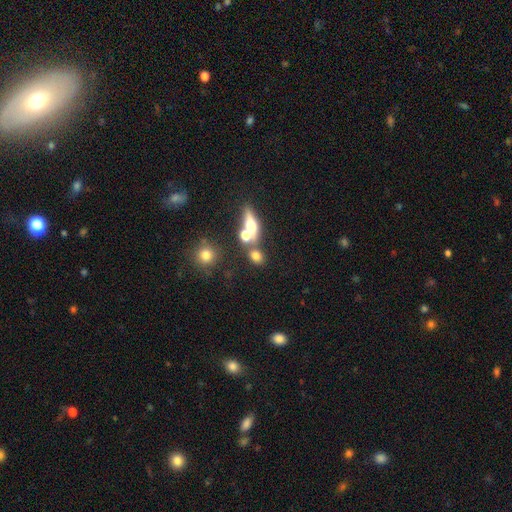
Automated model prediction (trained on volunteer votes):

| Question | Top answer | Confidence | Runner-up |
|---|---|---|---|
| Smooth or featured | smooth | 68% | star or artifact (18%) |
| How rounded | round | 52% | in between (41%) |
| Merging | none | 56% | merger (29%) |